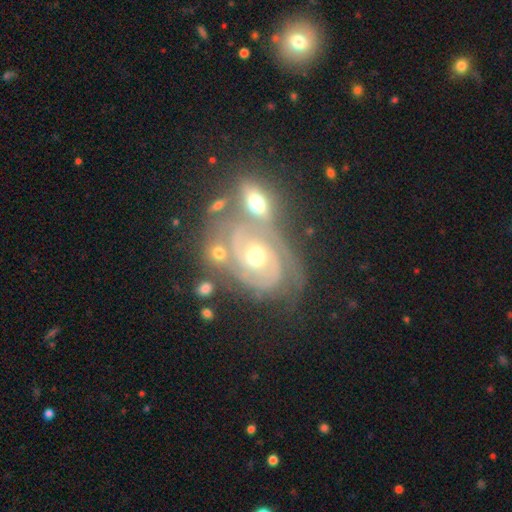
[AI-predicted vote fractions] Q: Smooth or featured?
A: featured or disk (88%); runner-up: smooth (6%)
Q: Edge-on disk?
A: no (97%); runner-up: yes (3%)
Q: Bar?
A: no (72%); runner-up: weak (21%)
Q: Spiral arms?
A: yes (97%); runner-up: no (3%)
Q: Spiral winding?
A: tight (69%); runner-up: medium (26%)
Q: Spiral arm count?
A: 2 (68%); runner-up: 3 (12%)
Q: Bulge size?
A: moderate (72%); runner-up: small (21%)
Q: Merging?
A: none (39%); runner-up: merger (37%)